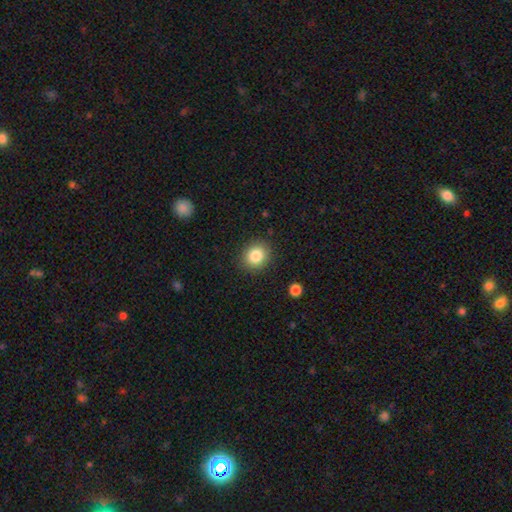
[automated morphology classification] Smooth or featured: smooth — 84% (star or artifact — 10%)
How rounded: round — 77% (in between — 22%)
Merging: none — 89% (minor disturbance — 8%)